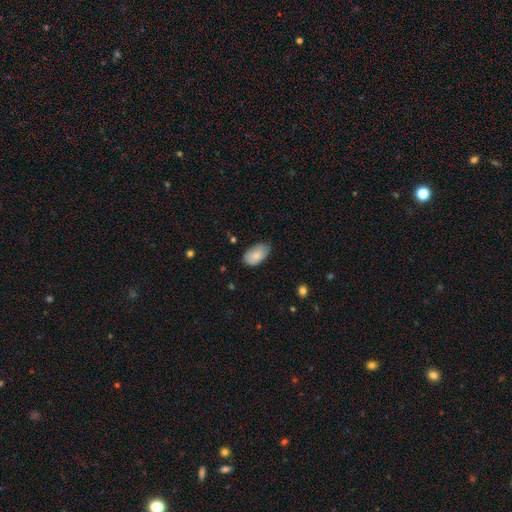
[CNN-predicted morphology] Smooth or featured? smooth (81%)
How rounded? in between (94%)
Merging? none (72%)